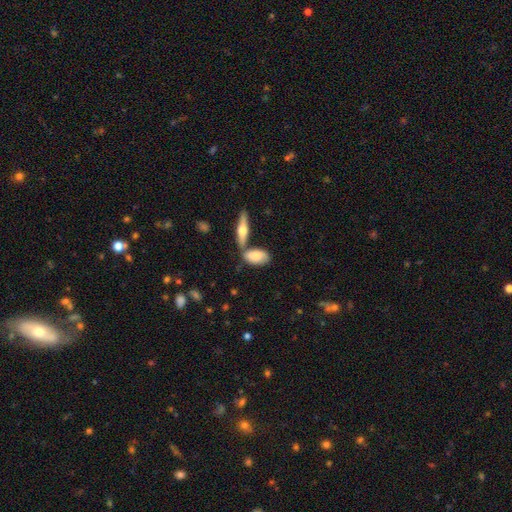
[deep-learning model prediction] Smooth or featured: smooth — 70% (featured or disk — 24%)
How rounded: in between — 87% (cigar-shaped — 9%)
Merging: none — 52% (merger — 28%)